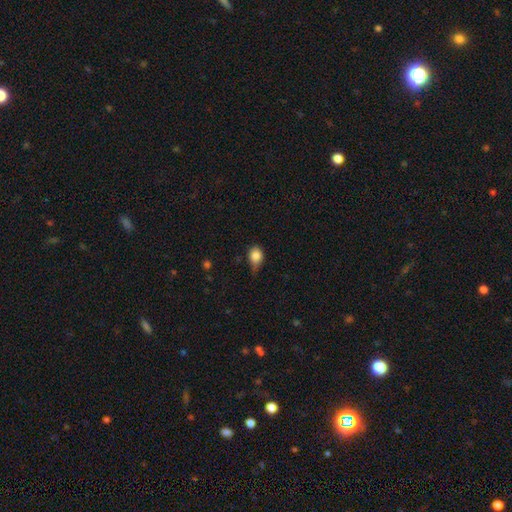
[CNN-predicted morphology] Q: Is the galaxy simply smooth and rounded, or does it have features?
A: smooth — 84%.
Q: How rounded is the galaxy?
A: round — 54%.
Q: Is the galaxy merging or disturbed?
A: none — 46%.